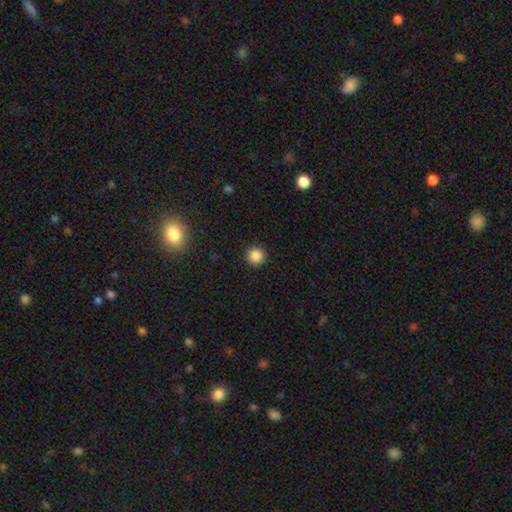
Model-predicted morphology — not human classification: A smooth galaxy with no disk features (86%) that is round (95%). Merging: none (92%).